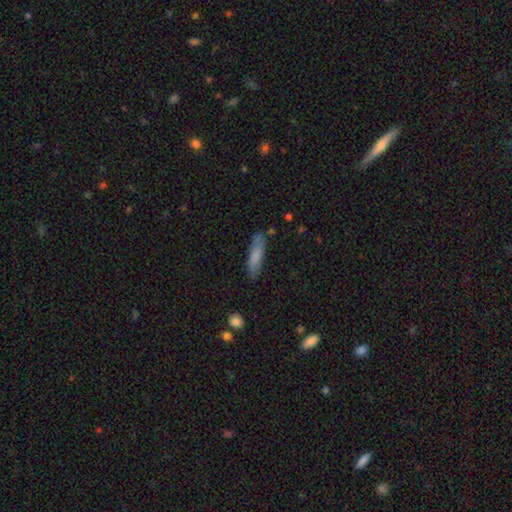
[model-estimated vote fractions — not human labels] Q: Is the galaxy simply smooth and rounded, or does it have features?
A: smooth — 77%.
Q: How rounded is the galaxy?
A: cigar-shaped — 71%.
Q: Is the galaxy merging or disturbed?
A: none — 78%.